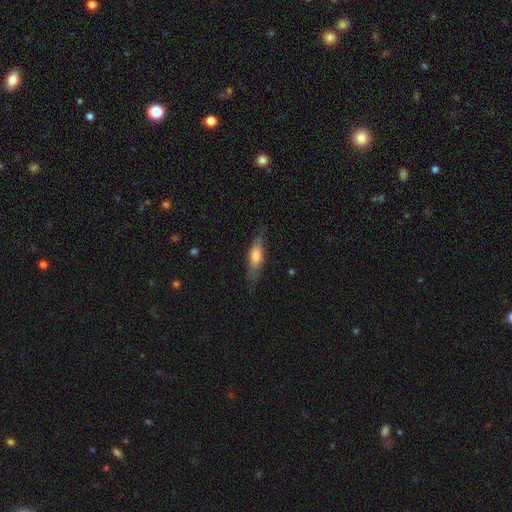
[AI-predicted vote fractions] This is likely a smooth galaxy (61%). How rounded: possibly cigar-shaped (59%). Merging: likely none (72%).